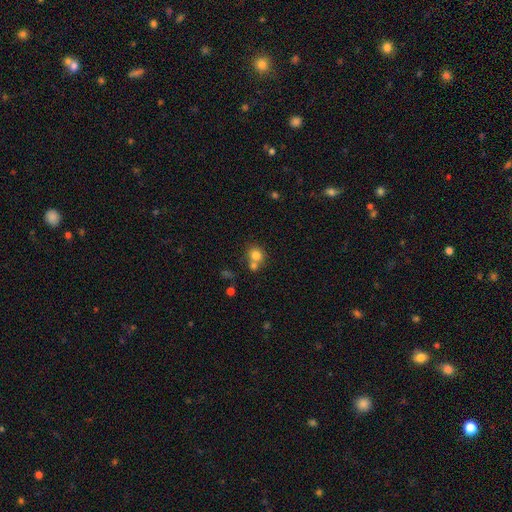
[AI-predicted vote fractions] A smooth galaxy with no disk features (78%) that is round (79%). Merging: none (47%).